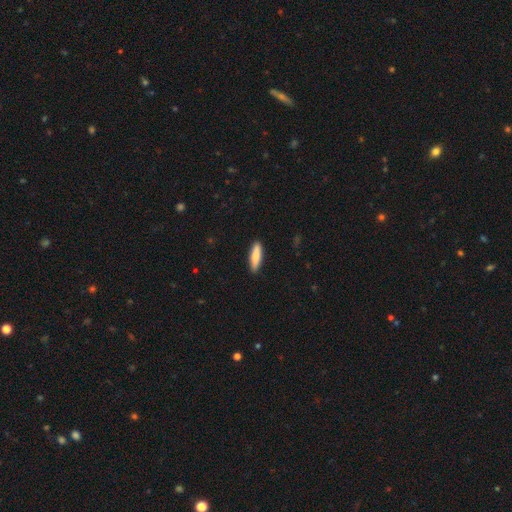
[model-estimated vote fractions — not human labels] This is clearly a smooth galaxy (83%). How rounded: likely cigar-shaped (68%). Merging: clearly none (91%).